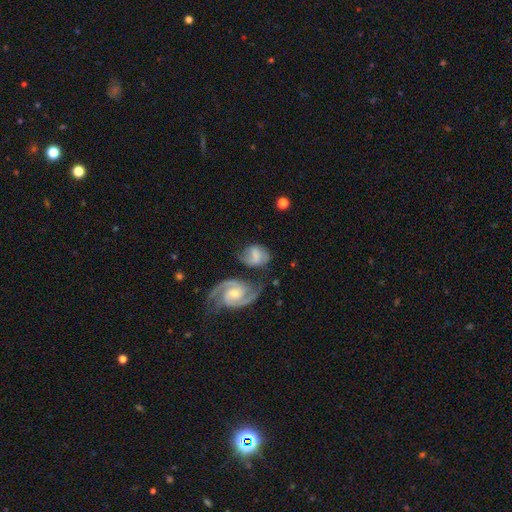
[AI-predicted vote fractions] Morphology: type=featured or disk (52%); edge-on=no (96%); bar=weak (49%); spiral arms=yes (86%); bulge=small (36%); merging=none (43%).